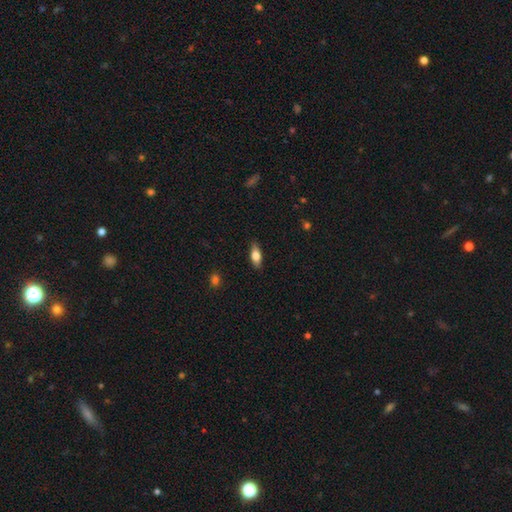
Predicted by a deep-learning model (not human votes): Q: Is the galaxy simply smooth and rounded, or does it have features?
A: smooth — 70%.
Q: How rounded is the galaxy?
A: in between — 75%.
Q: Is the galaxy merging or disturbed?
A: none — 86%.